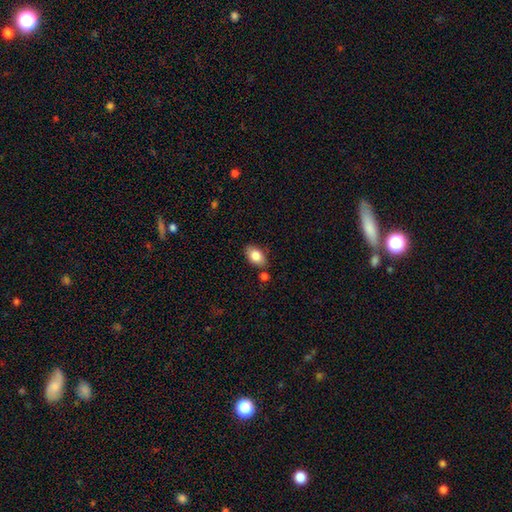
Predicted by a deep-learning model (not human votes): A smooth galaxy with no disk features (83%) that is in between round and cigar-shaped (91%).

Vote fractions:
- Smooth or featured? smooth: 83% / featured or disk: 10% / star or artifact: 7%
- How rounded? in between: 91% / round: 8% / cigar-shaped: 2%
- Merging? none: 79% / minor disturbance: 13% / merger: 6% / major disturbance: 3%